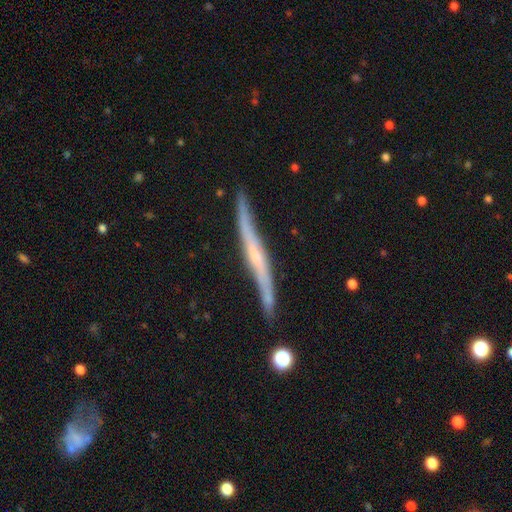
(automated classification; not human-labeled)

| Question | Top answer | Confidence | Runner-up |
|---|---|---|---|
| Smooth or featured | featured or disk | 75% | smooth (18%) |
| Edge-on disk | yes | 91% | no (9%) |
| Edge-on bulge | none | 49% | rounded (42%) |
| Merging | none | 76% | minor disturbance (18%) |